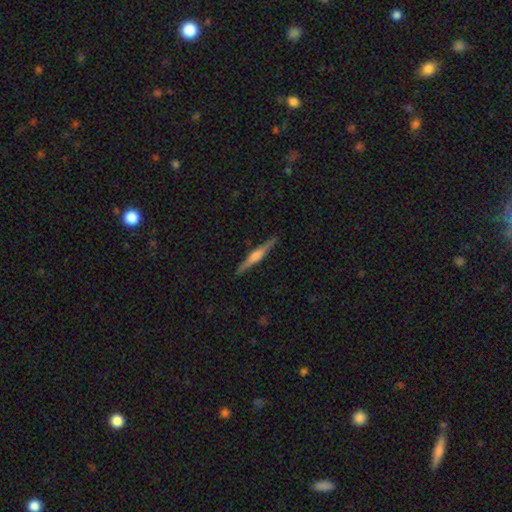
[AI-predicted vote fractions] Smooth or featured: featured or disk — 72% (smooth — 22%)
Edge-on disk: yes — 98% (no — 2%)
Edge-on bulge: rounded — 67% (boxy — 25%)
Merging: none — 91% (minor disturbance — 6%)